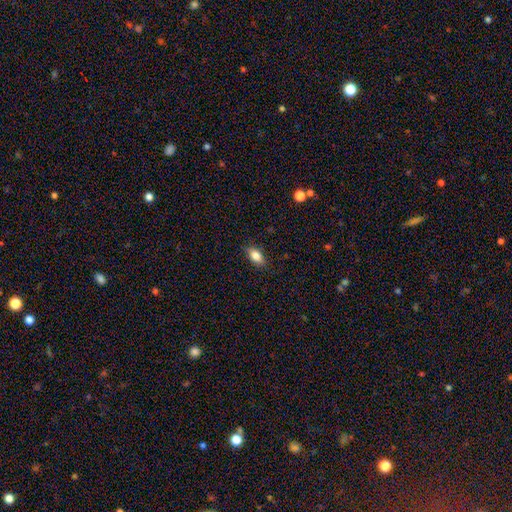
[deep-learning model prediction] This is clearly a smooth galaxy (83%). How rounded: clearly in between (87%). Merging: clearly none (86%).